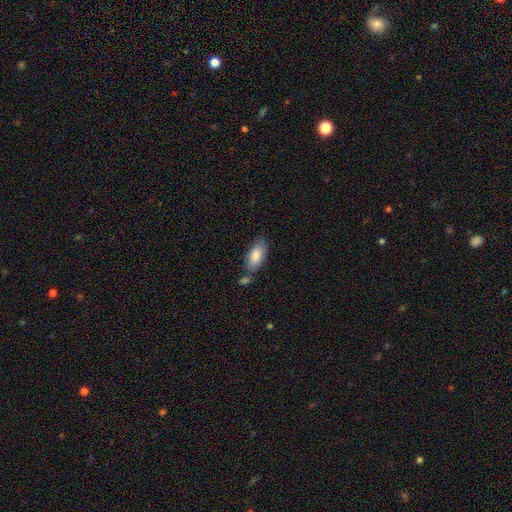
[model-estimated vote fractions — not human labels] A smooth galaxy with no disk features (84%) that is in between round and cigar-shaped (86%).

Vote fractions:
- Smooth or featured? smooth: 84% / featured or disk: 10% / star or artifact: 6%
- How rounded? in between: 86% / cigar-shaped: 12% / round: 2%
- Merging? none: 67% / minor disturbance: 15% / merger: 14% / major disturbance: 4%